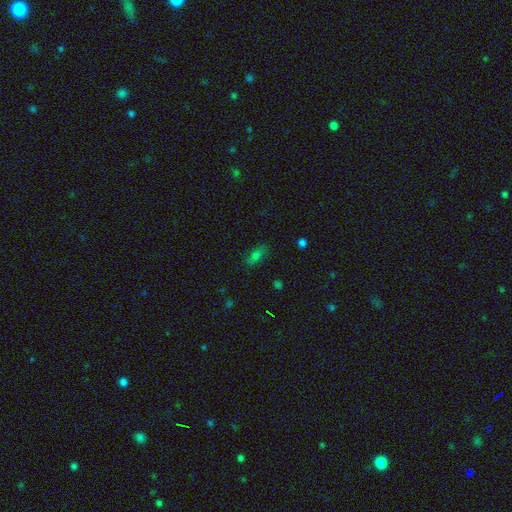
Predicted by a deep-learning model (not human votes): Smooth or featured? smooth (67%)
How rounded? in between (76%)
Merging? none (78%)